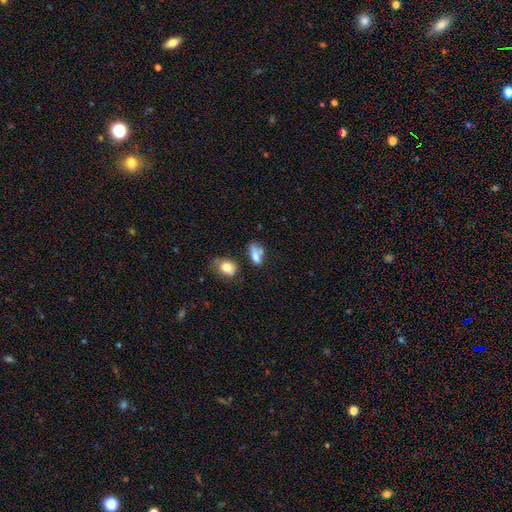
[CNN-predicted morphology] The model was most divided on "merging": none: 41%, merger: 27%, minor disturbance: 19%, major disturbance: 13%. More confident: how rounded — in between (72%); smooth or featured — smooth (70%).